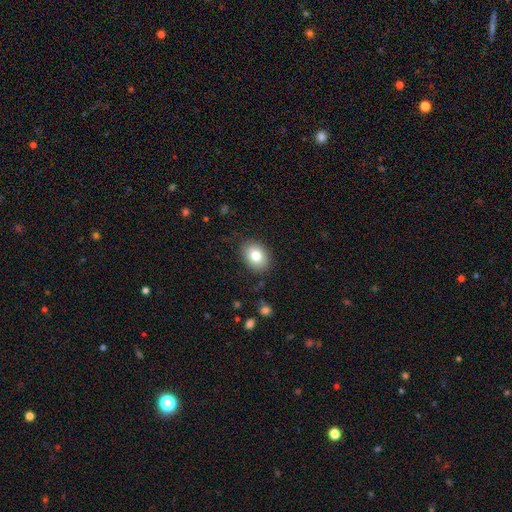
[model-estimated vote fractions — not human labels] The model was most divided on "how rounded": in between: 68%, round: 32%, cigar-shaped: 1%. More confident: merging — none (86%); smooth or featured — smooth (81%).